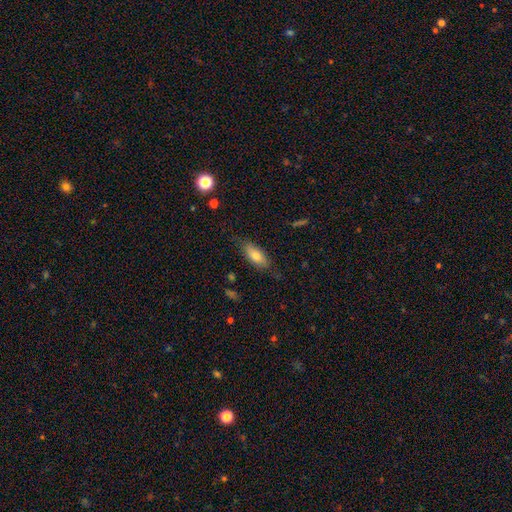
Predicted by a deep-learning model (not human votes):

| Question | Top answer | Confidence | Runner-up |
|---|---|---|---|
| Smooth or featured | smooth | 75% | featured or disk (18%) |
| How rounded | in between | 80% | cigar-shaped (17%) |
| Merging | none | 71% | minor disturbance (22%) |